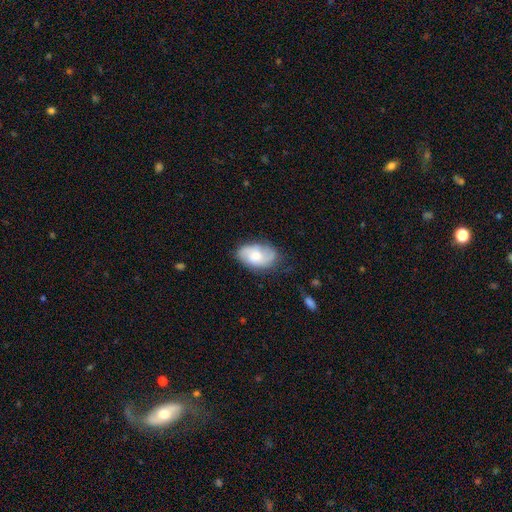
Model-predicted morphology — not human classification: This appears to be a featured or disk galaxy (50%). Merging: none (67%).